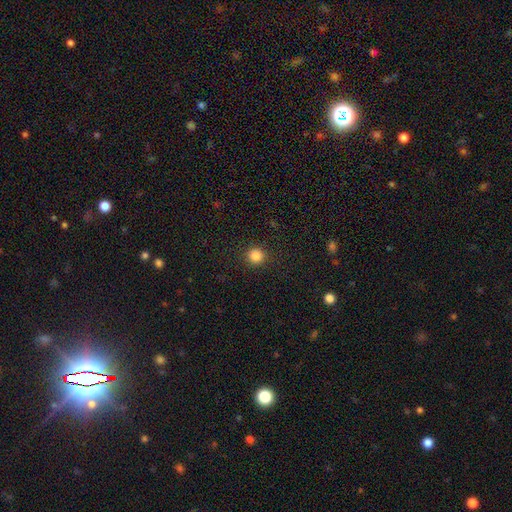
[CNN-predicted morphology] Q: Smooth or featured?
A: smooth (85%); runner-up: star or artifact (12%)
Q: How rounded?
A: round (94%); runner-up: in between (5%)
Q: Merging?
A: none (91%); runner-up: minor disturbance (6%)